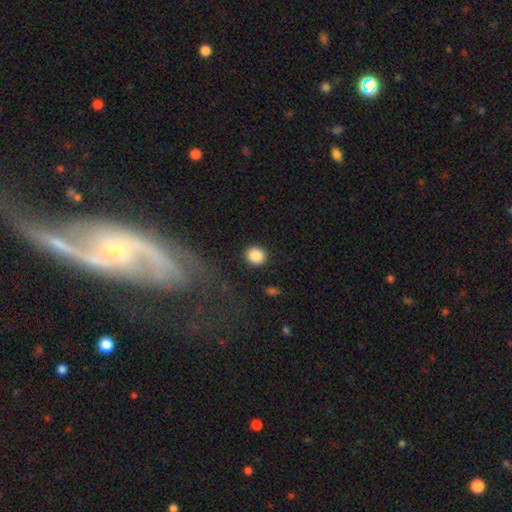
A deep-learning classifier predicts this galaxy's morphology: Smooth or featured: smooth — 87% (star or artifact — 9%)
How rounded: round — 88% (in between — 11%)
Merging: none — 90% (minor disturbance — 6%)